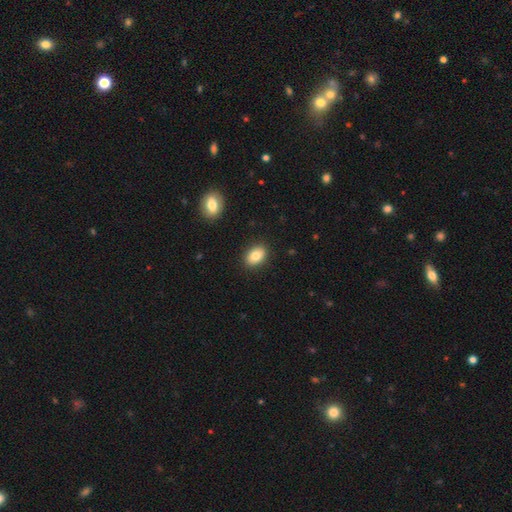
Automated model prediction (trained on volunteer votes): A smooth galaxy with no disk features (83%) that is in between round and cigar-shaped (84%). Merging: none (89%).